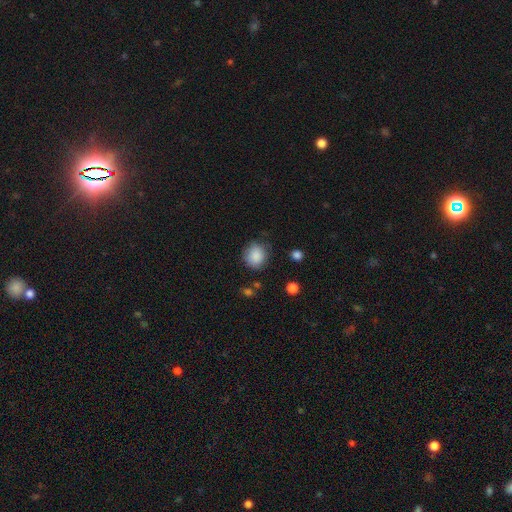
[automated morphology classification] smooth-or-featured: smooth: 87% | star or artifact: 8% | featured or disk: 5%
  how-rounded: round: 77% | in between: 22% | cigar-shaped: 1%
  merging: none: 77% | minor disturbance: 17% | major disturbance: 5% | merger: 2%